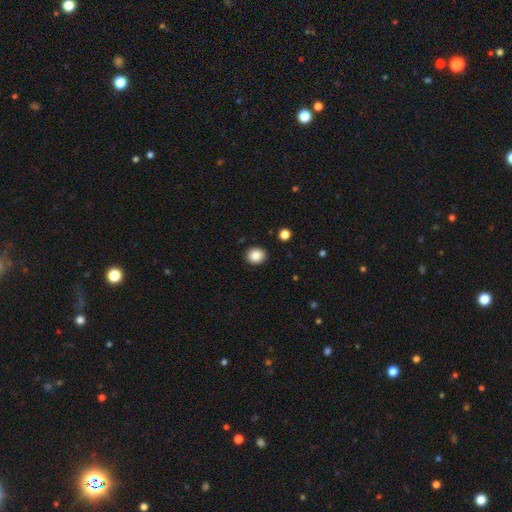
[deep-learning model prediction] smooth-or-featured: smooth: 86% | star or artifact: 9% | featured or disk: 5%
  how-rounded: round: 76% | in between: 23% | cigar-shaped: 1%
  merging: none: 90% | minor disturbance: 7% | major disturbance: 2% | merger: 1%